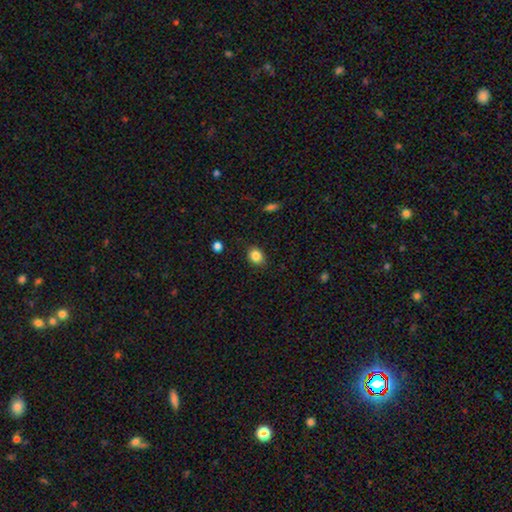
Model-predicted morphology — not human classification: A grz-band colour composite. It shows a smooth galaxy with no disk features (85%) that is in between round and cigar-shaped (50%). Merging: none (86%).